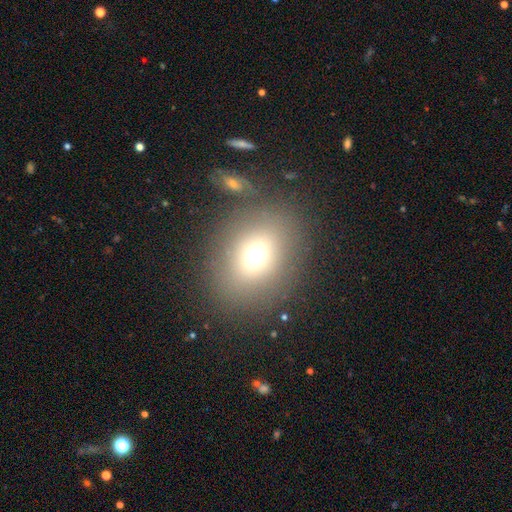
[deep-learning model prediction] Smooth or featured? smooth (69%)
How rounded? round (56%)
Merging? none (76%)